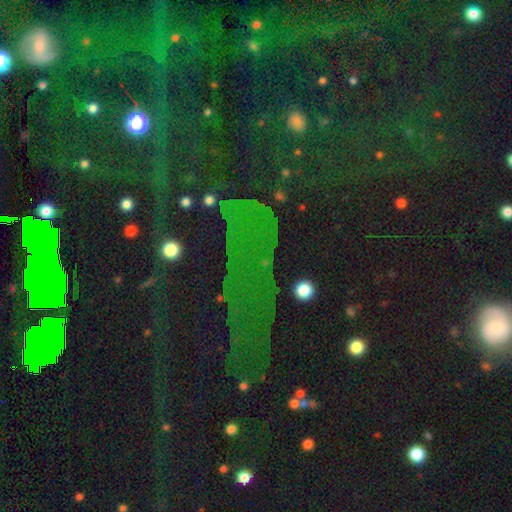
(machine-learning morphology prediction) Smooth or featured?
  - star or artifact: 75% *
  - smooth: 15%
  - featured or disk: 10%